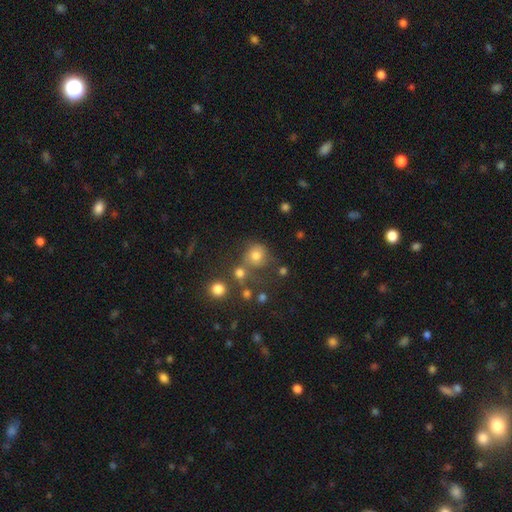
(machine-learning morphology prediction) Smooth or featured: smooth — 72% (star or artifact — 15%)
How rounded: round — 83% (in between — 16%)
Merging: none — 51% (merger — 22%)